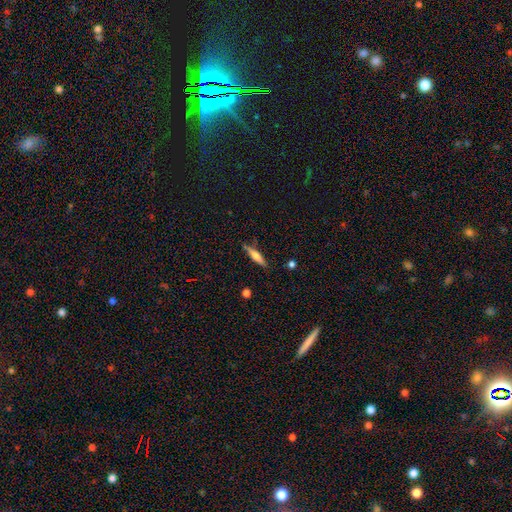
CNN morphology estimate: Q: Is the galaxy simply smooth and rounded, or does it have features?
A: smooth — 53%.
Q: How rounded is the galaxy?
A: cigar-shaped — 82%.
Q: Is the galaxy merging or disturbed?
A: none — 82%.